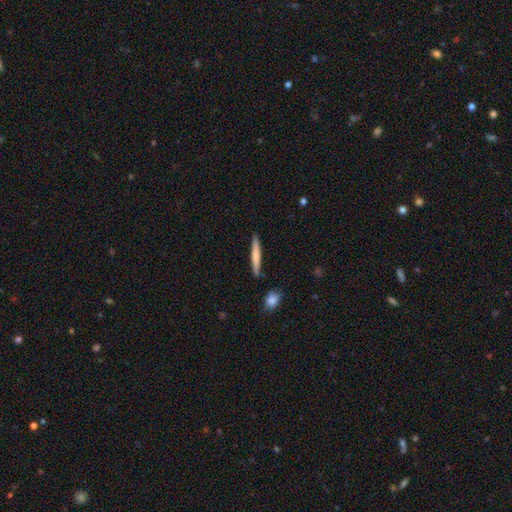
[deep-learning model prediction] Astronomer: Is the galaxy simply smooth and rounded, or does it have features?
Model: smooth — 67%.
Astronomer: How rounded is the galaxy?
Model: cigar-shaped — 95%.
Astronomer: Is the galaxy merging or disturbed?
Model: none — 89%.